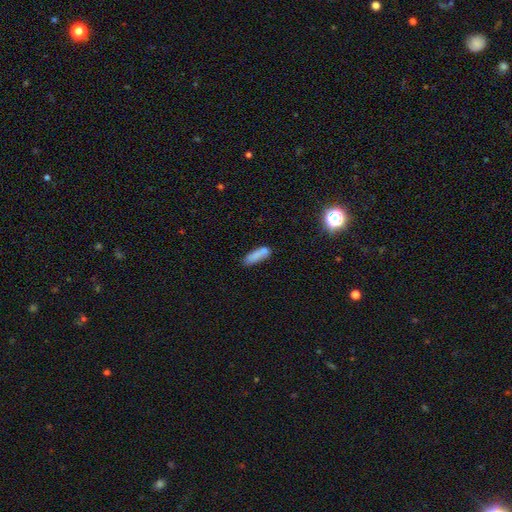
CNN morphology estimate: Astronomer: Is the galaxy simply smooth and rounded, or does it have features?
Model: smooth — 80%.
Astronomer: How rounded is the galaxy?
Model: cigar-shaped — 59% (runner-up: in between, 39%).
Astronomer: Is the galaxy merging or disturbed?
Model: none — 58%.